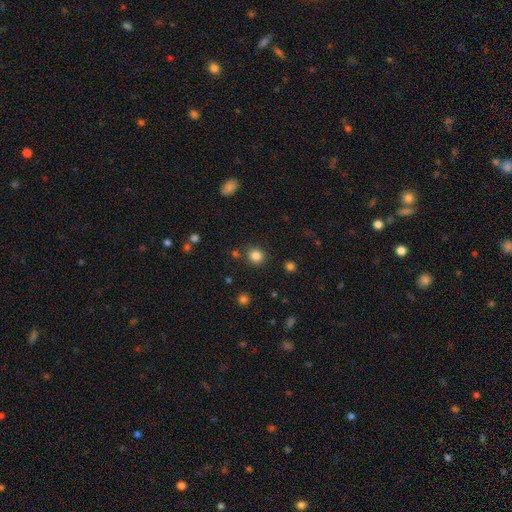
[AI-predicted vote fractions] Q: Smooth or featured?
A: smooth (83%); runner-up: star or artifact (12%)
Q: How rounded?
A: round (89%); runner-up: in between (10%)
Q: Merging?
A: none (84%); runner-up: minor disturbance (8%)